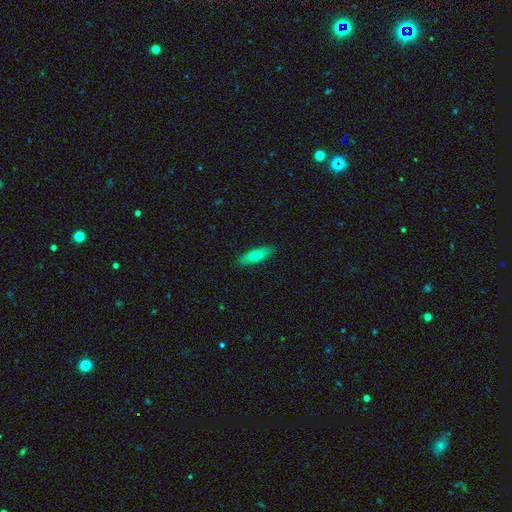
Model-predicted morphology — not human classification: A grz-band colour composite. It shows a smooth galaxy with no disk features (64%) that is cigar-shaped (52%). Merging: none (89%).